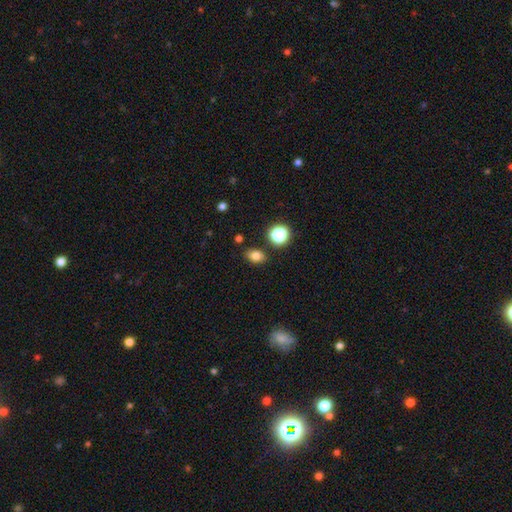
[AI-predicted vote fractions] This appears to be a smooth galaxy with no disk features (79%) that is in between round and cigar-shaped (70%). Merging: none (83%).